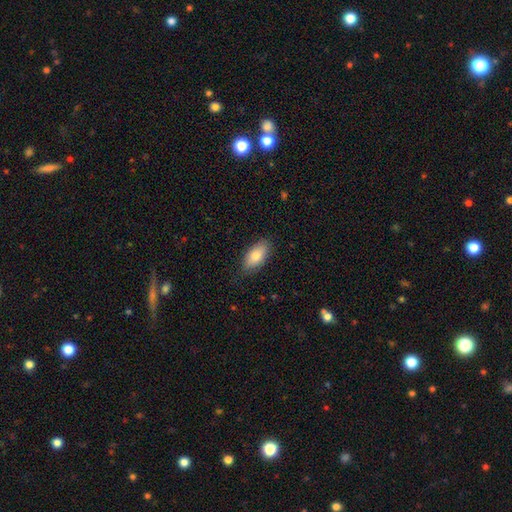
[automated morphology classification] This is clearly a smooth galaxy (81%). How rounded: clearly in between (91%). Merging: clearly none (82%).